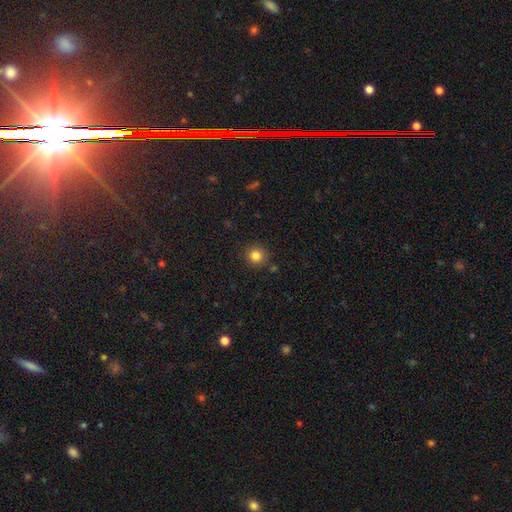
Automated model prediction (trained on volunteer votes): A smooth galaxy with no disk features (83%) that is round (94%).

Vote fractions:
- Smooth or featured? smooth: 83% / star or artifact: 12% / featured or disk: 5%
- How rounded? round: 94% / in between: 5% / cigar-shaped: 1%
- Merging? none: 88% / minor disturbance: 7% / merger: 3% / major disturbance: 2%